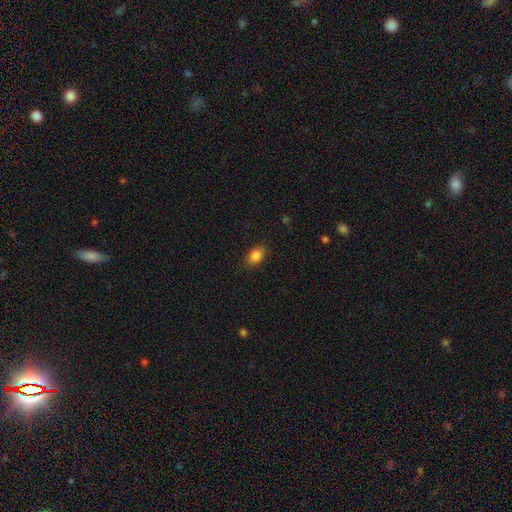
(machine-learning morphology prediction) Smooth or featured?
  - smooth: 86% *
  - star or artifact: 9%
  - featured or disk: 5%
How rounded?
  - in between: 83% *
  - round: 15%
  - cigar-shaped: 2%
Merging?
  - none: 86% *
  - minor disturbance: 10%
  - major disturbance: 3%
  - merger: 1%